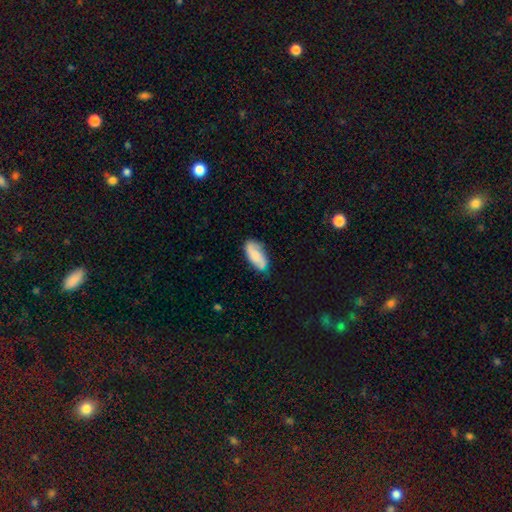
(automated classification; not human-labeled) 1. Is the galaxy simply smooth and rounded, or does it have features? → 62% smooth, 31% featured or disk, 7% star or artifact.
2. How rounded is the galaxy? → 88% in between, 9% cigar-shaped, 2% round.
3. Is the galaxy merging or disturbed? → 65% none, 27% minor disturbance, 6% major disturbance, 3% merger.